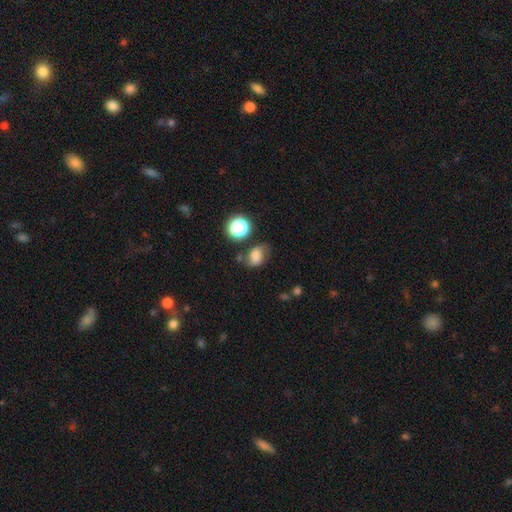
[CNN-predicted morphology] smooth_or_featured: smooth (p=0.69) [alt: featured or disk p=0.16]
how_rounded: in between (p=0.69) [alt: round p=0.30]
merging: none (p=0.53) [alt: minor disturbance p=0.27]